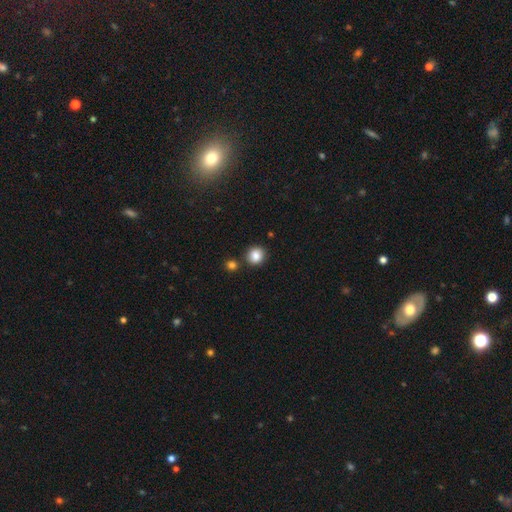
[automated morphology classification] smooth-or-featured: smooth: 86% | star or artifact: 10% | featured or disk: 5%
  how-rounded: round: 82% | in between: 17% | cigar-shaped: 1%
  merging: none: 80% | minor disturbance: 9% | merger: 8% | major disturbance: 2%